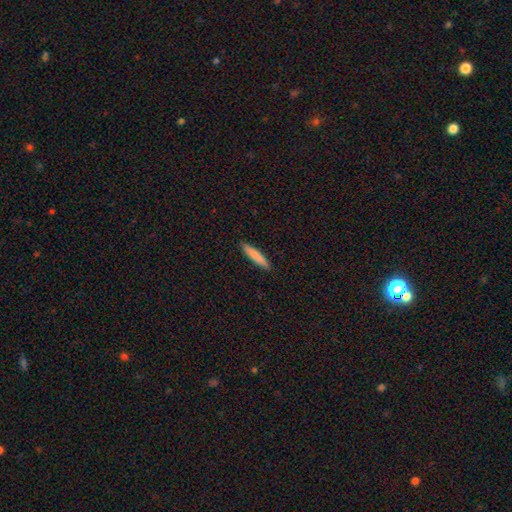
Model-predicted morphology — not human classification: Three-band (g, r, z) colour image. It shows a smooth galaxy with no disk features (83%) that is cigar-shaped (91%). Merging: none (91%).